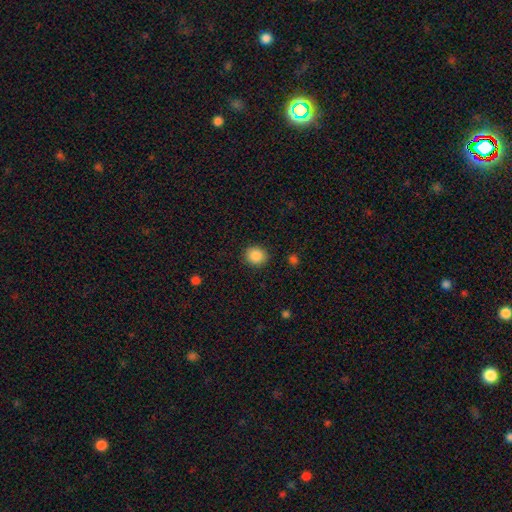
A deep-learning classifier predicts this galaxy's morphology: The model was most divided on "how rounded": round: 84%, in between: 16%, cigar-shaped: 1%. More confident: merging — none (90%); smooth or featured — smooth (87%).